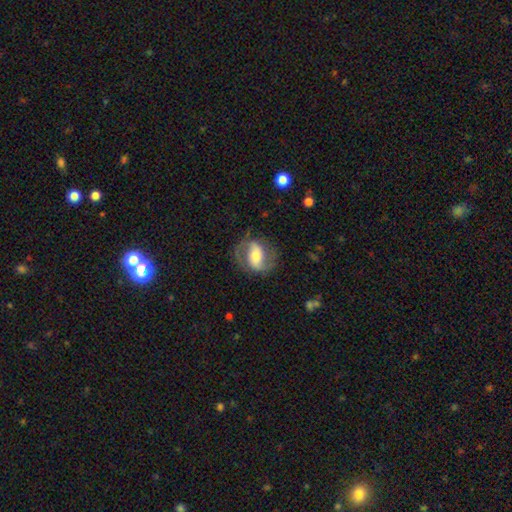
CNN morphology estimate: smooth_or_featured: featured or disk (p=0.74) [alt: smooth p=0.20]
disk_edge_on: no (p=0.96) [alt: yes p=0.04]
bar: strong (p=0.41) [alt: weak p=0.35]
has_spiral_arms: yes (p=0.88) [alt: no p=0.12]
spiral_winding: medium (p=0.50) [alt: loose p=0.28]
spiral_arm_count: 2 (p=0.88) [alt: can't tell p=0.05]
bulge_size: moderate (p=0.52) [alt: small p=0.24]
merging: none (p=0.74) [alt: minor disturbance p=0.15]